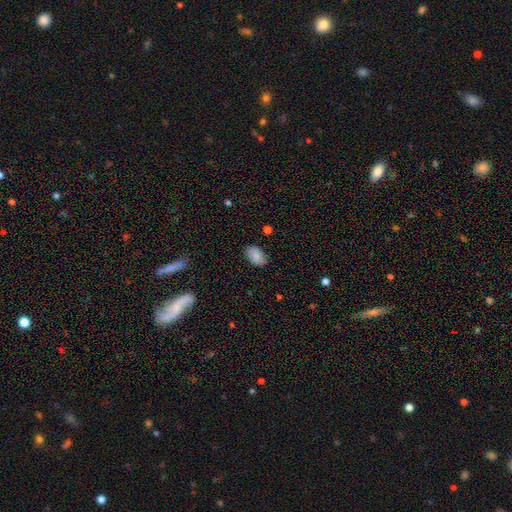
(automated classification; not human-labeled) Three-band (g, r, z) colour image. It shows a smooth galaxy with no disk features (82%) that is in between round and cigar-shaped (90%). Merging: none (80%).